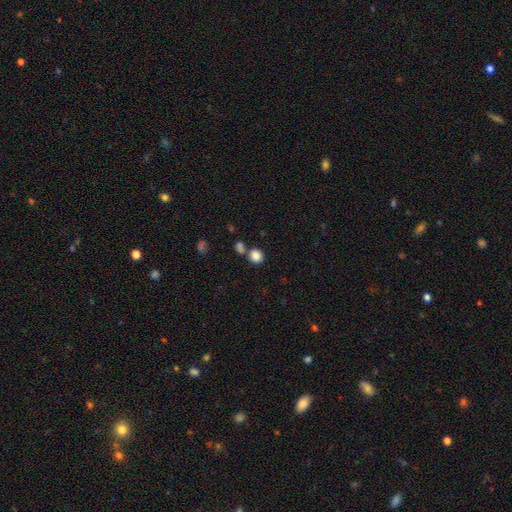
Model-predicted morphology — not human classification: Smooth or featured: smooth — 85% (star or artifact — 10%)
How rounded: round — 83% (in between — 16%)
Merging: none — 65% (merger — 21%)